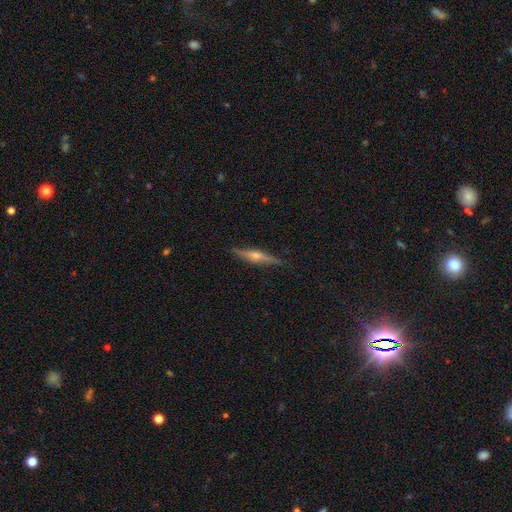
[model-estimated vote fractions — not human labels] Overall: featured or disk (74%). Edge-on disk: yes (97%). Edge-on bulge: rounded (88%). Merging: none (88%).